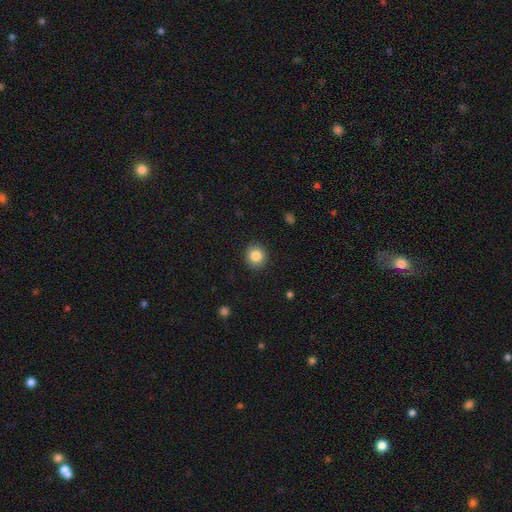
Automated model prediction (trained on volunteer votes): This is clearly a smooth galaxy (83%). How rounded: clearly round (88%). Merging: clearly none (90%).